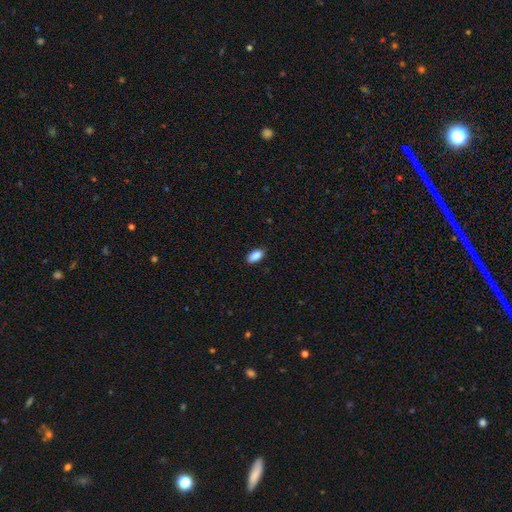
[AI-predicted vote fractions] Smooth or featured?
  - smooth: 88% *
  - star or artifact: 7%
  - featured or disk: 4%
How rounded?
  - in between: 92% *
  - cigar-shaped: 4%
  - round: 4%
Merging?
  - none: 87% *
  - minor disturbance: 10%
  - major disturbance: 2%
  - merger: 1%